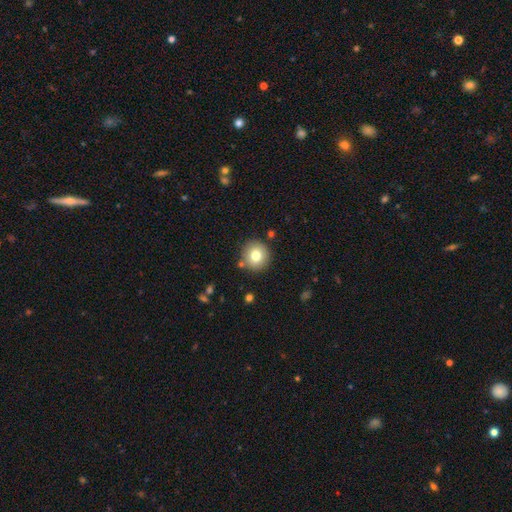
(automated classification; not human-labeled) Smooth or featured? Predicted: smooth (p=0.77). How rounded? Predicted: round (p=0.93). Merging? Predicted: none (p=0.86).